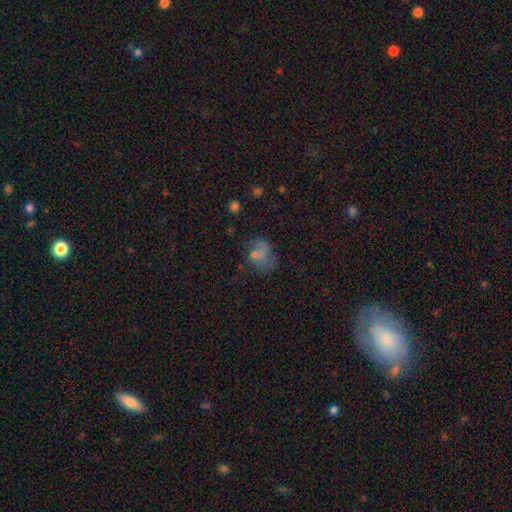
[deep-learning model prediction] Morphology: type=smooth (50%); merging=none (49%).